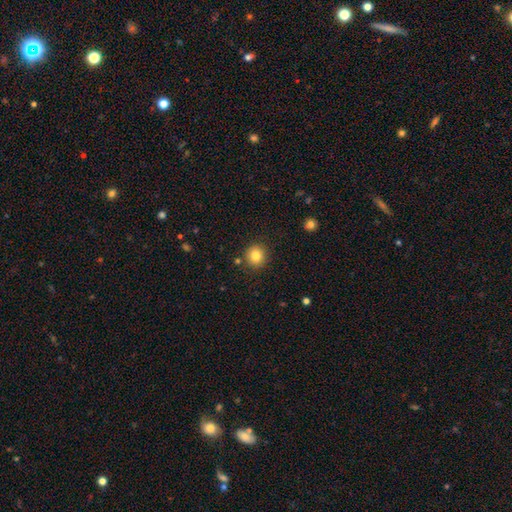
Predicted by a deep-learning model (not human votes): Overall: smooth (83%). How rounded: round (90%). Merging: none (87%).